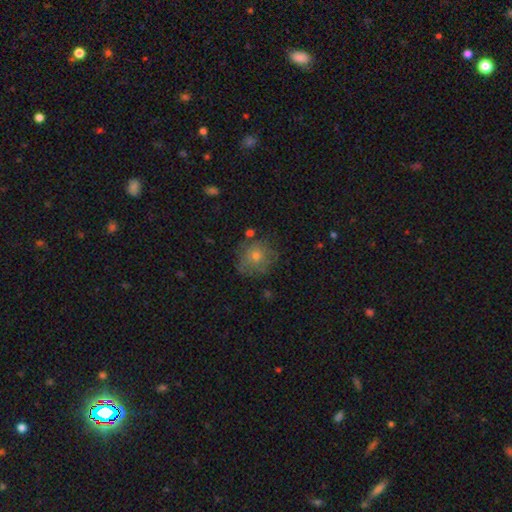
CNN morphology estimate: Q: Smooth or featured?
A: smooth (65%); runner-up: featured or disk (23%)
Q: How rounded?
A: round (86%); runner-up: in between (13%)
Q: Merging?
A: none (72%); runner-up: minor disturbance (19%)